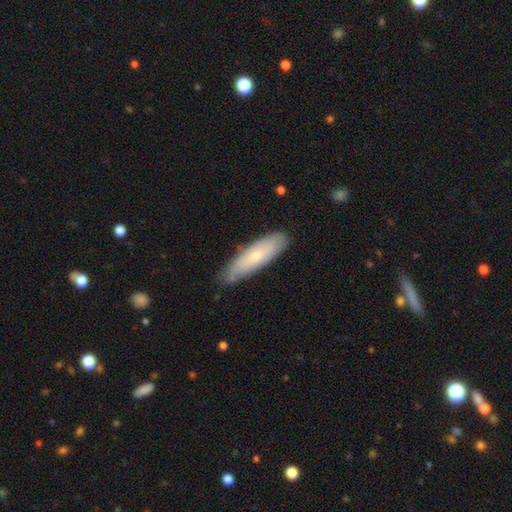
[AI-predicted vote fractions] A smooth galaxy with no disk features (57%) that is cigar-shaped (56%).

Vote fractions:
- Smooth or featured? smooth: 57% / featured or disk: 37% / star or artifact: 6%
- How rounded? cigar-shaped: 56% / in between: 42% / round: 2%
- Merging? none: 74% / minor disturbance: 21% / major disturbance: 3% / merger: 1%